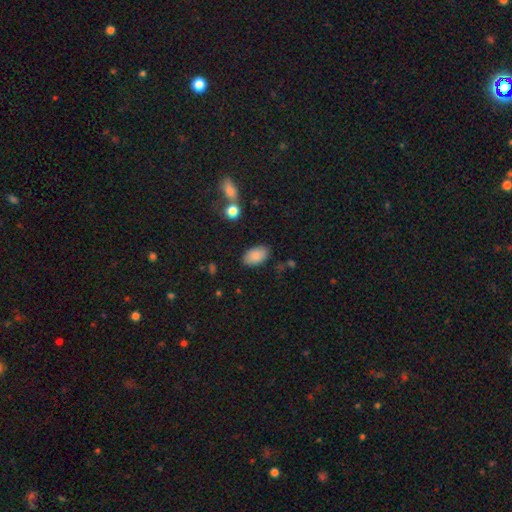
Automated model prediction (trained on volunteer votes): Smooth or featured: smooth — 88% (star or artifact — 7%)
How rounded: in between — 93% (round — 6%)
Merging: none — 83% (minor disturbance — 11%)